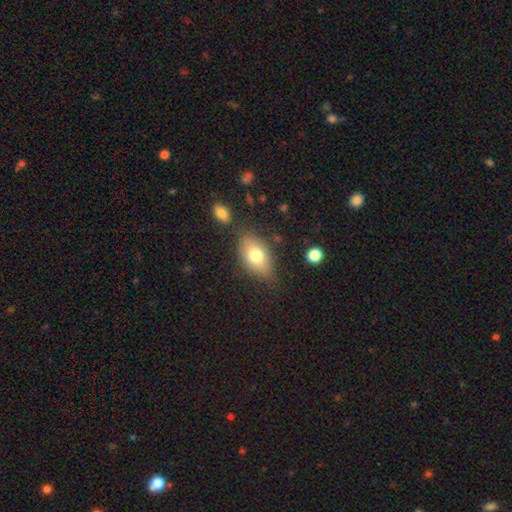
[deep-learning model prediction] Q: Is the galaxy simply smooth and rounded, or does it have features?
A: smooth — 76%.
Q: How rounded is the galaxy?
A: in between — 87%.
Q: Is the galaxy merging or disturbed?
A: none — 72%.